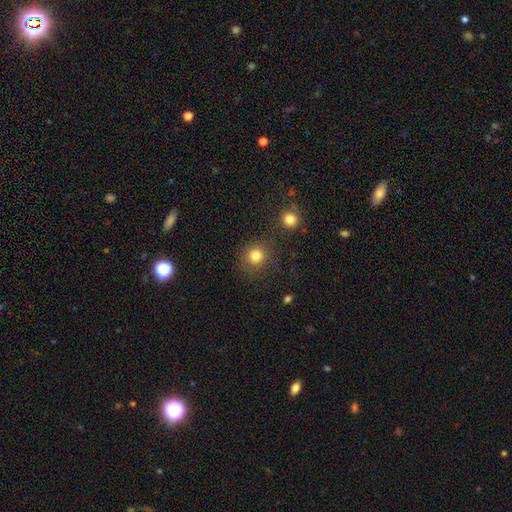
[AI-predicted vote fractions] Smooth or featured? smooth (83%)
How rounded? round (89%)
Merging? none (82%)